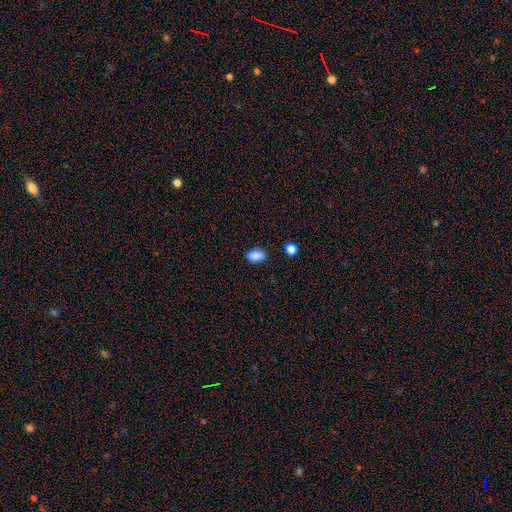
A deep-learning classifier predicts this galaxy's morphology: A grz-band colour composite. It shows a smooth galaxy with no disk features (87%) that is in between round and cigar-shaped (88%). Merging: none (86%).